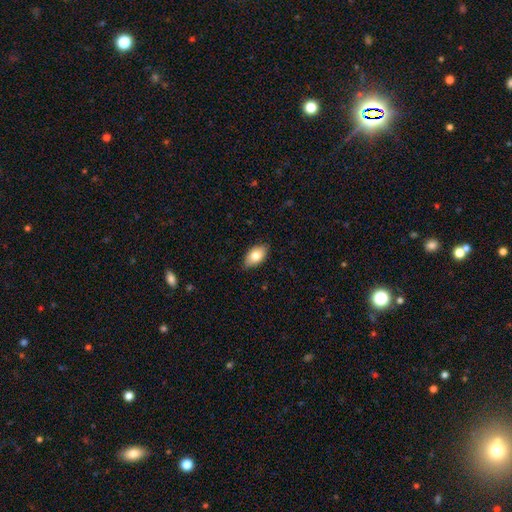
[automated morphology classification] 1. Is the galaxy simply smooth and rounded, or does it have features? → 80% smooth, 13% featured or disk, 7% star or artifact.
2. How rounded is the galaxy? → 93% in between, 5% round, 2% cigar-shaped.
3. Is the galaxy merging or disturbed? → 85% none, 13% minor disturbance, 2% major disturbance, 1% merger.